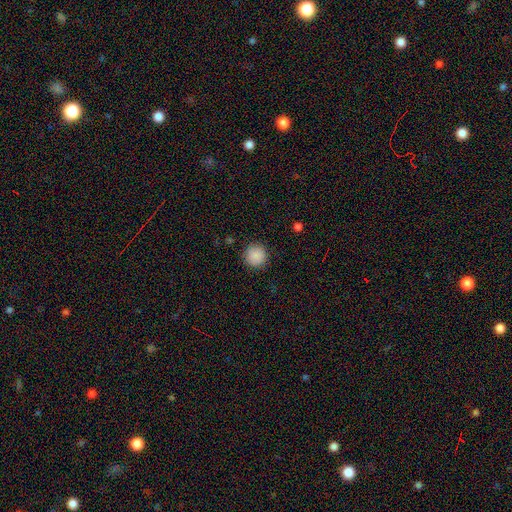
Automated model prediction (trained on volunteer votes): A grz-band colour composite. It shows a smooth galaxy with no disk features (89%) that is round (95%). Merging: none (91%).